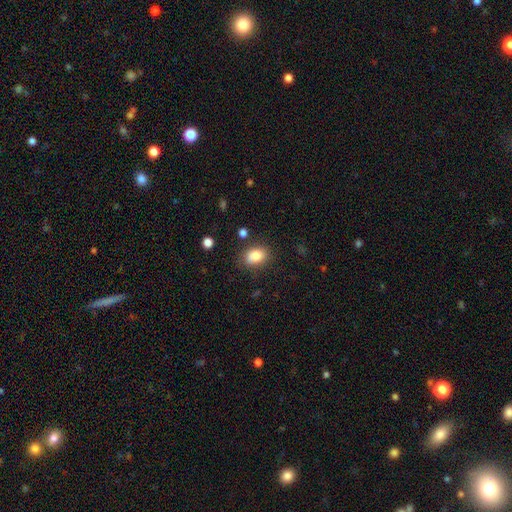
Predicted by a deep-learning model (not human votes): Q: Smooth or featured?
A: smooth (83%); runner-up: star or artifact (9%)
Q: How rounded?
A: in between (72%); runner-up: round (27%)
Q: Merging?
A: none (78%); runner-up: minor disturbance (15%)